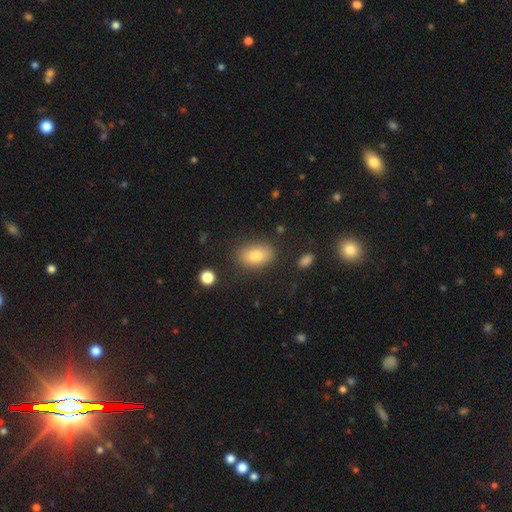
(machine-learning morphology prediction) This appears to be a smooth galaxy with no disk features (80%) that is in between round and cigar-shaped (83%). Merging: none (83%).